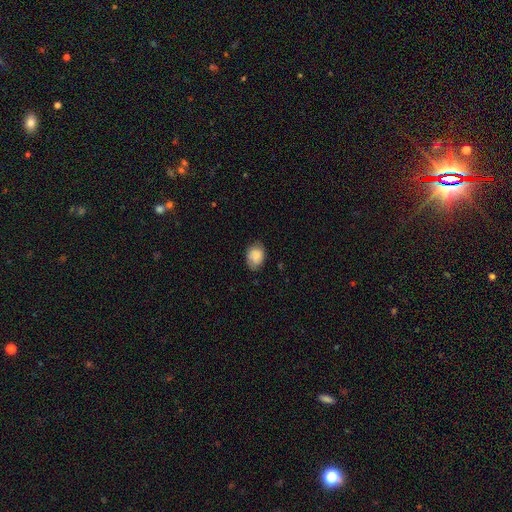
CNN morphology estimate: Smooth or featured? smooth (81%)
How rounded? in between (66%)
Merging? none (73%)